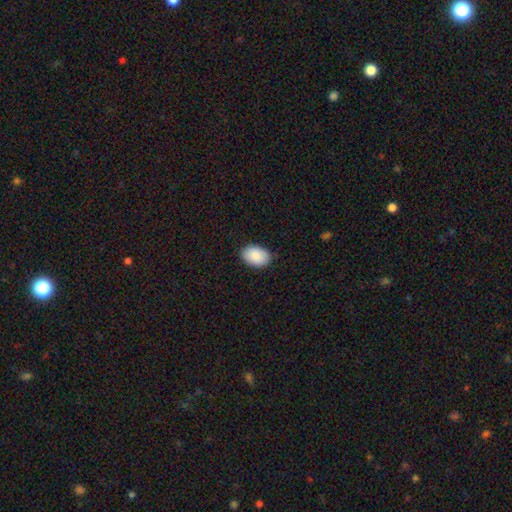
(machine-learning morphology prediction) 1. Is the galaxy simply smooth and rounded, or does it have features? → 90% smooth, 6% star or artifact, 4% featured or disk.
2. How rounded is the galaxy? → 87% in between, 12% round, 1% cigar-shaped.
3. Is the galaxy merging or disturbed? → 88% none, 10% minor disturbance, 2% major disturbance, 1% merger.